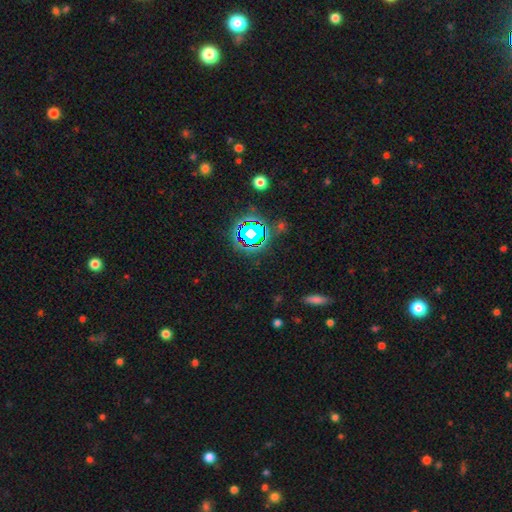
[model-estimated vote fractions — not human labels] Smooth or featured? Predicted: star or artifact (p=0.77).